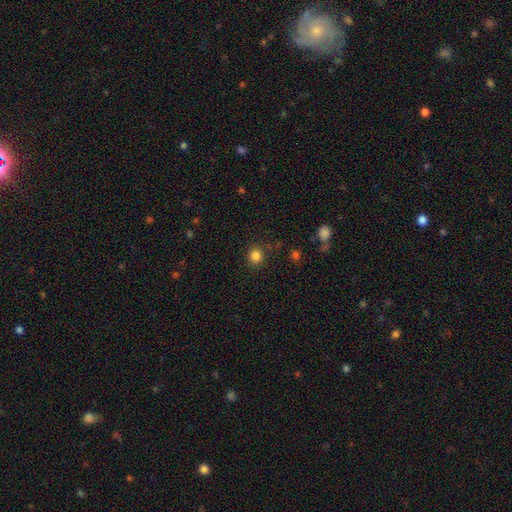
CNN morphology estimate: The model was most divided on "smooth or featured": smooth: 83%, star or artifact: 13%, featured or disk: 4%. More confident: how rounded — round (89%); merging — none (88%).